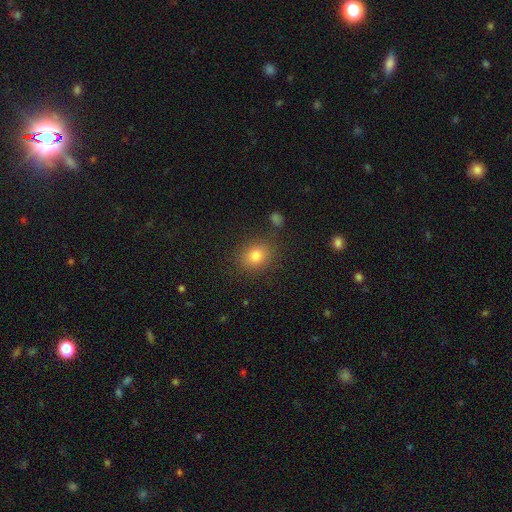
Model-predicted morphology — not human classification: smooth-or-featured: smooth: 79% | star or artifact: 13% | featured or disk: 8%
  how-rounded: round: 64% | in between: 35% | cigar-shaped: 1%
  merging: none: 85% | minor disturbance: 9% | major disturbance: 3% | merger: 3%